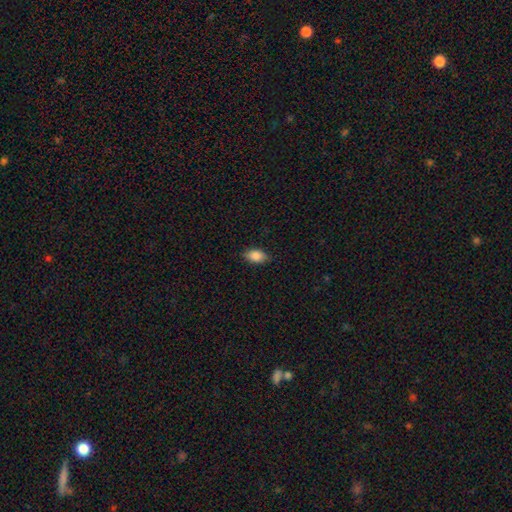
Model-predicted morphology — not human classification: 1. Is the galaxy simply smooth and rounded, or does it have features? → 87% smooth, 7% star or artifact, 6% featured or disk.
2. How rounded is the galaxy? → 90% in between, 7% round, 3% cigar-shaped.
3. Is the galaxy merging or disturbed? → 85% none, 12% minor disturbance, 2% major disturbance, 1% merger.